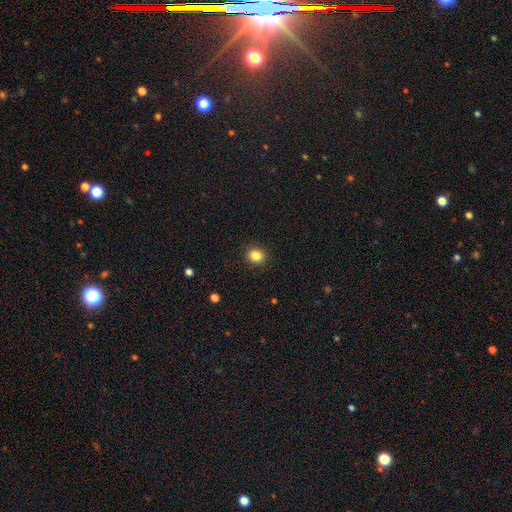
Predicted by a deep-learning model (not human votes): Smooth or featured: smooth — 85% (star or artifact — 11%)
How rounded: round — 73% (in between — 26%)
Merging: none — 91% (minor disturbance — 6%)